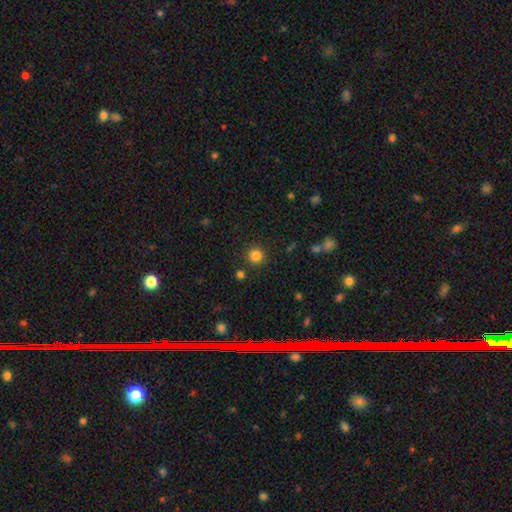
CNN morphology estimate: Smooth or featured? Predicted: smooth (p=0.83). How rounded? Predicted: round (p=0.95). Merging? Predicted: none (p=0.89).